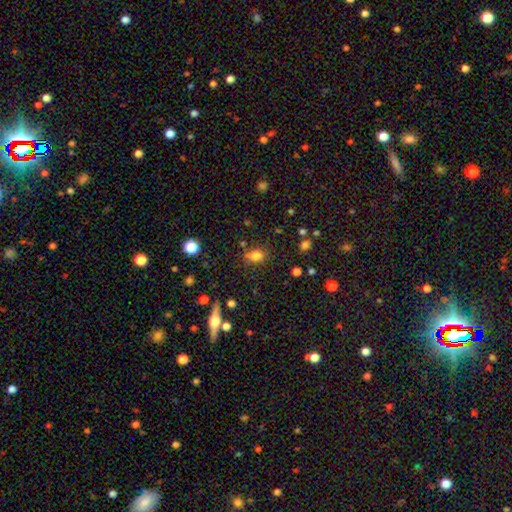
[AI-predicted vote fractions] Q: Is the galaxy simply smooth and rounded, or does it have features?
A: smooth — 80%.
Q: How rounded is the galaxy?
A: in between — 61%.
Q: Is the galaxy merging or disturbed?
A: none — 72%.